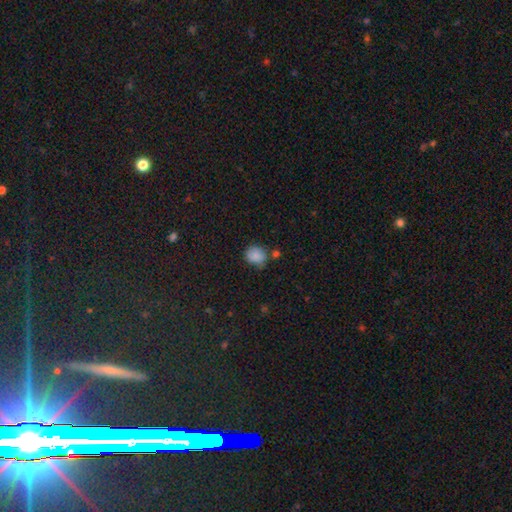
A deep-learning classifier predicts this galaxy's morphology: Smooth or featured: smooth — 86% (star or artifact — 9%)
How rounded: round — 75% (in between — 24%)
Merging: none — 66% (minor disturbance — 20%)